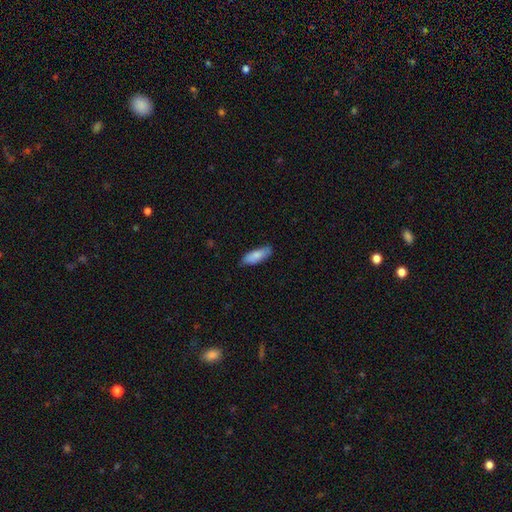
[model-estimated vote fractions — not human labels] Smooth or featured? smooth (83%)
How rounded? in between (67%)
Merging? none (78%)